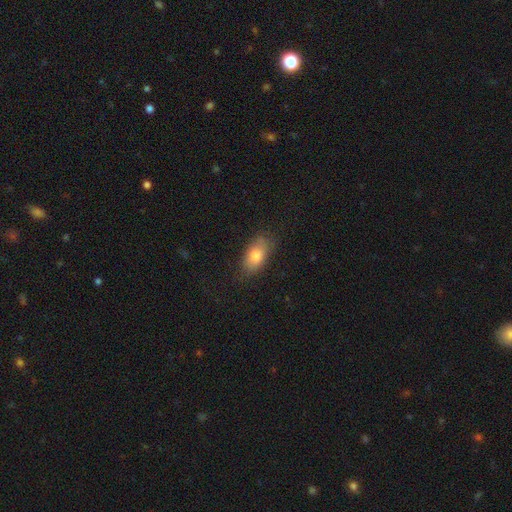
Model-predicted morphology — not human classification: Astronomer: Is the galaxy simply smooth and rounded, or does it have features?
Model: smooth — 79%.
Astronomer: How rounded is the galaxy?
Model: in between — 89%.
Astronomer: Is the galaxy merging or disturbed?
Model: none — 77%.